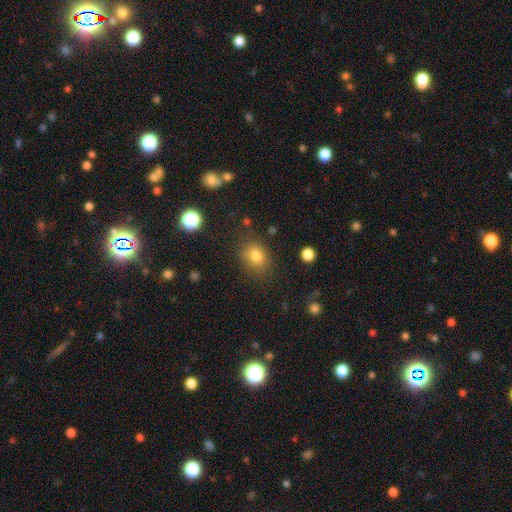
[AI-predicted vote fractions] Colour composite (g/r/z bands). It shows a smooth galaxy with no disk features (78%) that is round (51%). Merging: none (78%).